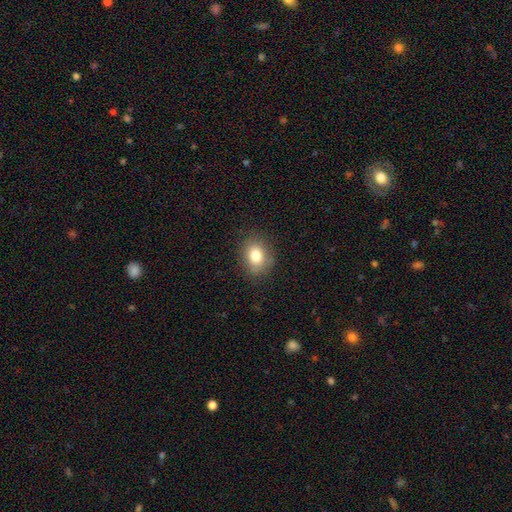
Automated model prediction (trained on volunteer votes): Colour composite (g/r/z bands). It shows a smooth galaxy with no disk features (80%) that is in between round and cigar-shaped (53%). Merging: none (82%).